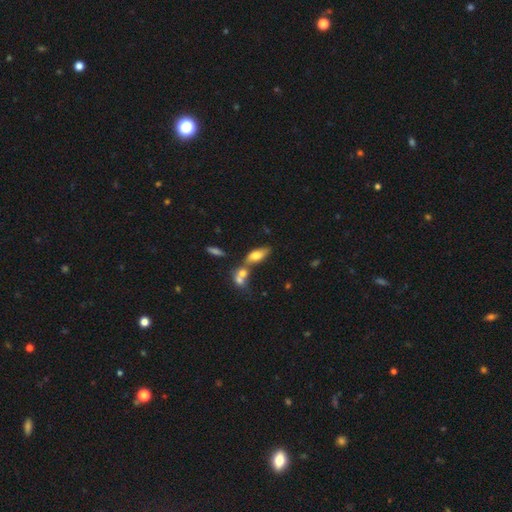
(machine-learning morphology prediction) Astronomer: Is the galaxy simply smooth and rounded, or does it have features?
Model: smooth — 68%.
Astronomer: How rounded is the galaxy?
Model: in between — 78%.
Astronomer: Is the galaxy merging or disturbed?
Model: none — 42% (runner-up: merger, 37%).